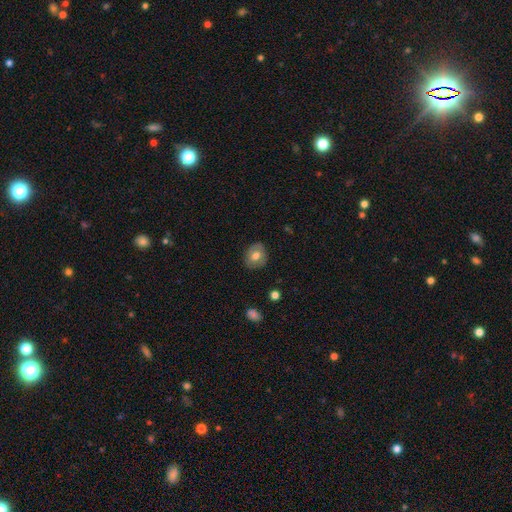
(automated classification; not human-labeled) Smooth or featured? Predicted: smooth (p=0.67). How rounded? Predicted: round (p=0.67). Merging? Predicted: none (p=0.83).